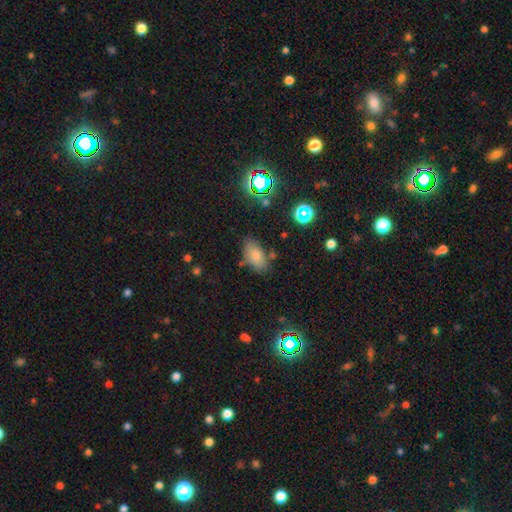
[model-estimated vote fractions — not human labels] smooth 75%, star or artifact 13%, featured or disk 12%. Down the decision tree: how rounded — in between (91%); merging — none (71%).